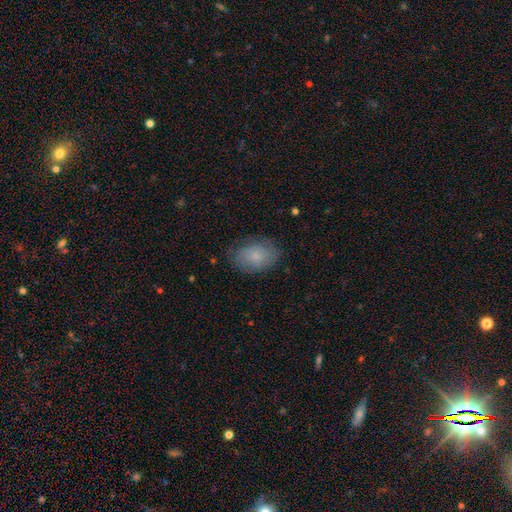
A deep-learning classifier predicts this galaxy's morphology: This appears to be a smooth galaxy with no disk features (75%) that is in between round and cigar-shaped (83%). Merging: none (77%).